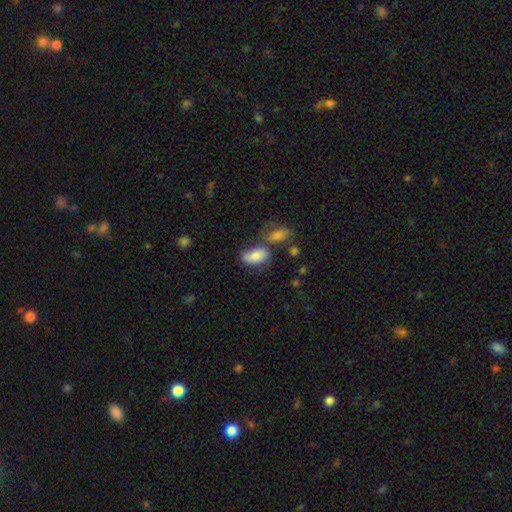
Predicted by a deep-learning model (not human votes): A smooth galaxy with no disk features (75%) that is in between round and cigar-shaped (91%). Merging: none (47%).